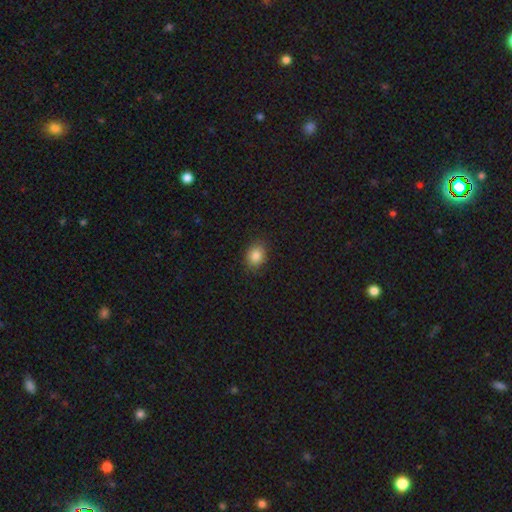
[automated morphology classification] Q: Smooth or featured?
A: smooth (85%); runner-up: star or artifact (10%)
Q: How rounded?
A: in between (54%); runner-up: round (45%)
Q: Merging?
A: none (83%); runner-up: minor disturbance (13%)